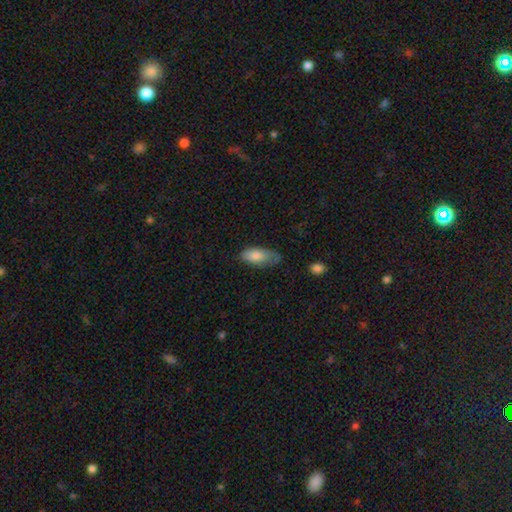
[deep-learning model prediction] The model was most divided on "merging": none: 46%, minor disturbance: 38%, major disturbance: 14%, merger: 2%. More confident: how rounded — in between (86%); smooth or featured — smooth (80%).